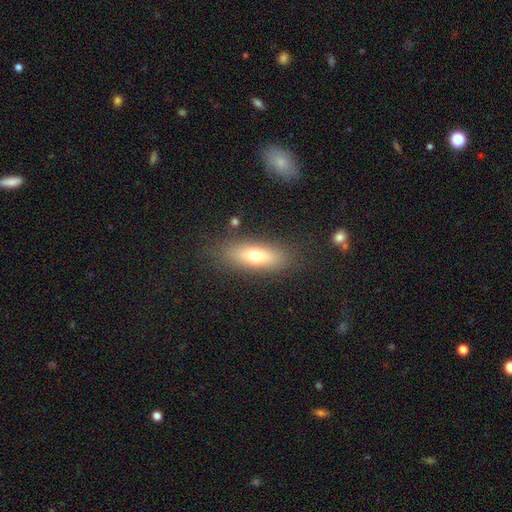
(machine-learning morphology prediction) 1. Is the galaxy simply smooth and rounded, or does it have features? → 67% smooth, 24% featured or disk, 9% star or artifact.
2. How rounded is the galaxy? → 64% in between, 31% cigar-shaped, 6% round.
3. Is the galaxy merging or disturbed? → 82% none, 11% minor disturbance, 5% major disturbance, 2% merger.